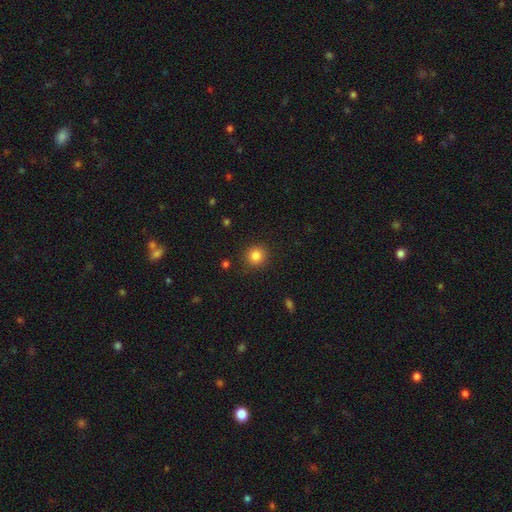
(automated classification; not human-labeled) smooth_or_featured: smooth (p=0.84) [alt: star or artifact p=0.11]
how_rounded: round (p=0.90) [alt: in between p=0.09]
merging: none (p=0.89) [alt: minor disturbance p=0.07]